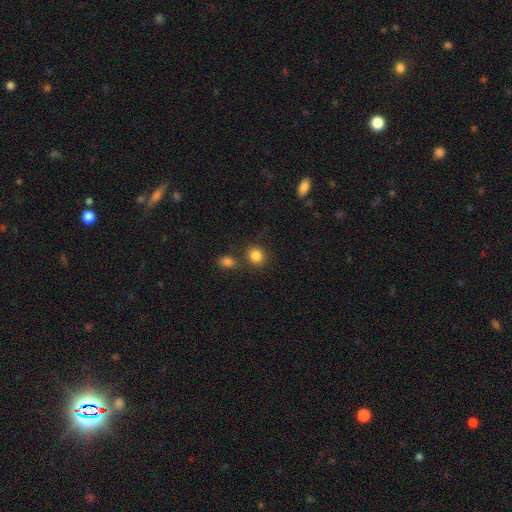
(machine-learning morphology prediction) A smooth galaxy with no disk features (85%) that is round (76%).

Vote fractions:
- Smooth or featured? smooth: 85% / star or artifact: 10% / featured or disk: 5%
- How rounded? round: 76% / in between: 23% / cigar-shaped: 1%
- Merging? none: 75% / merger: 12% / minor disturbance: 10% / major disturbance: 3%